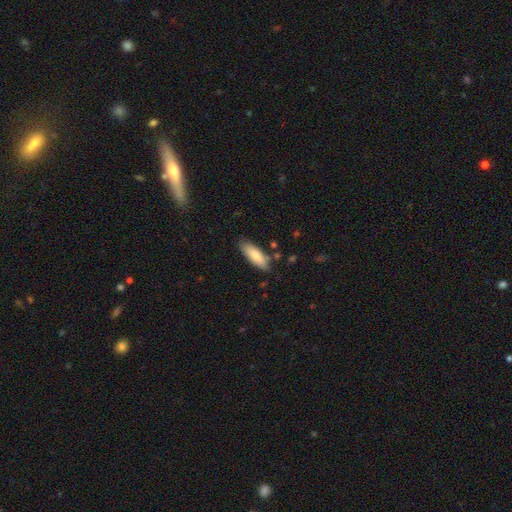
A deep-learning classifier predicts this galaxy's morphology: This appears to be a smooth galaxy with no disk features (80%) that is in between round and cigar-shaped (65%). Merging: none (79%).